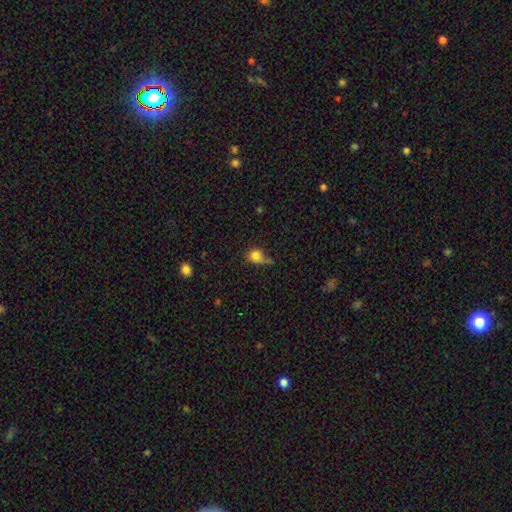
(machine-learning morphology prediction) type=smooth (78%); roundness=round (70%); merging=none (35%).